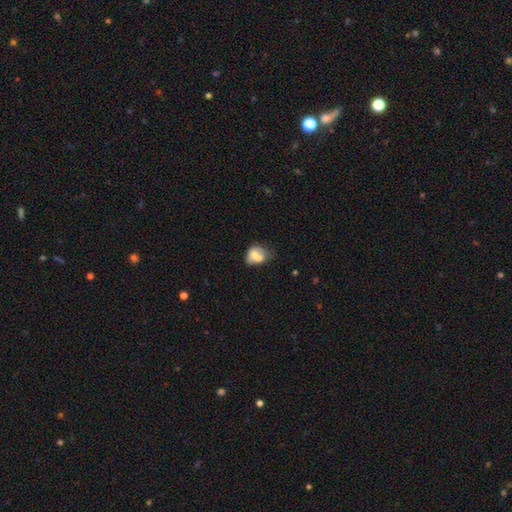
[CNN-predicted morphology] The model was most divided on "merging": merger: 43%, none: 29%, minor disturbance: 18%, major disturbance: 10%. More confident: smooth or featured — smooth (63%); how rounded — in between (58%).